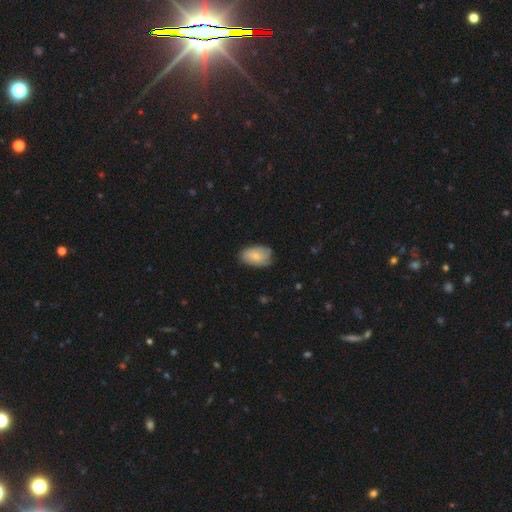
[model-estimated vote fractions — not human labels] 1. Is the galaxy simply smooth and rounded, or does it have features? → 70% smooth, 23% featured or disk, 7% star or artifact.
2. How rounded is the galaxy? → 91% in between, 8% round, 1% cigar-shaped.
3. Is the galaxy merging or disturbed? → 66% none, 27% minor disturbance, 6% major disturbance, 1% merger.